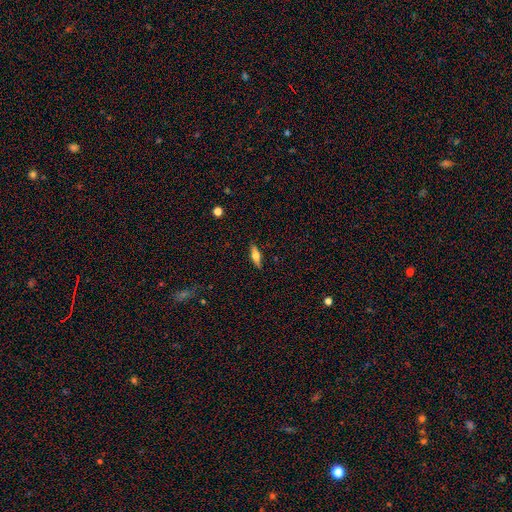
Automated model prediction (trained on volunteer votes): This is possibly a smooth galaxy (50%). How rounded: possibly in between (51%). Merging: clearly none (87%).